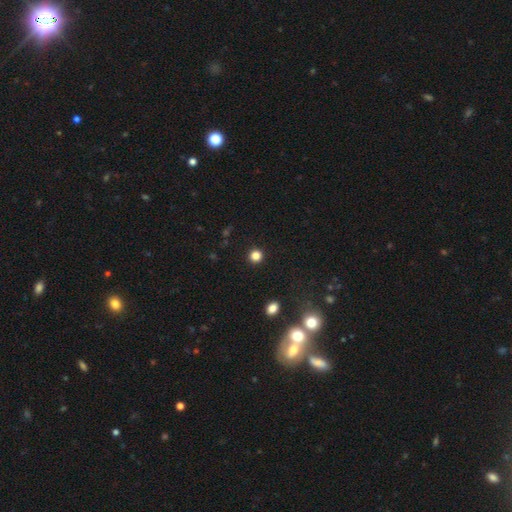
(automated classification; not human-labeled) Overall: smooth (82%). How rounded: round (94%). Merging: none (92%).